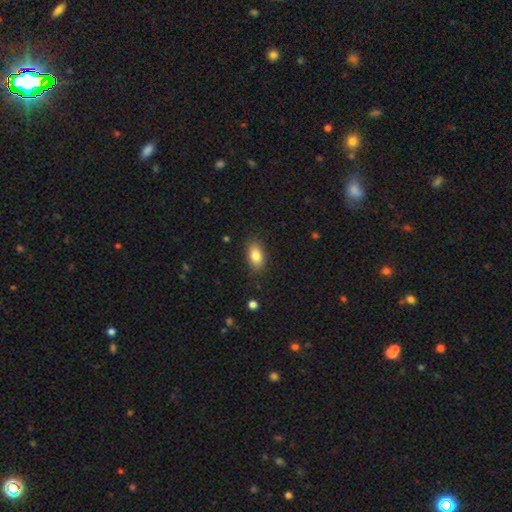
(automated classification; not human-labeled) smooth-or-featured: smooth: 83% | featured or disk: 9% | star or artifact: 8%
  how-rounded: in between: 89% | round: 7% | cigar-shaped: 4%
  merging: none: 85% | minor disturbance: 11% | major disturbance: 3% | merger: 1%